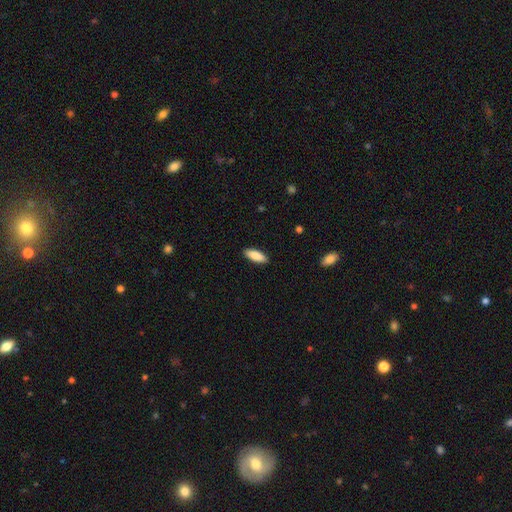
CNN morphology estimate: The model was most divided on "how rounded": in between: 70%, cigar-shaped: 29%, round: 2%. More confident: merging — none (90%); smooth or featured — smooth (87%).